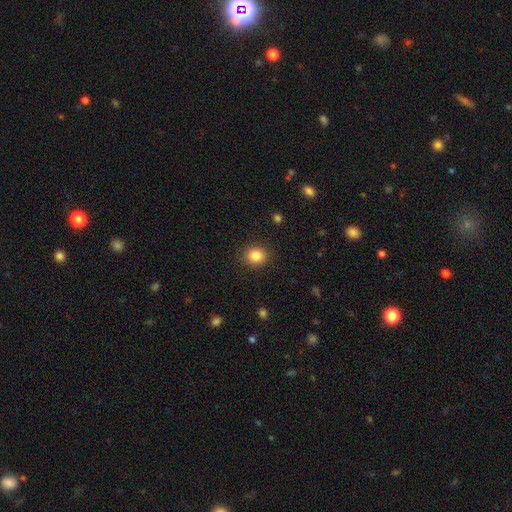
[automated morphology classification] A smooth galaxy with no disk features (85%) that is round (77%).

Vote fractions:
- Smooth or featured? smooth: 85% / star or artifact: 10% / featured or disk: 5%
- How rounded? round: 77% / in between: 22% / cigar-shaped: 1%
- Merging? none: 89% / minor disturbance: 8% / major disturbance: 3% / merger: 1%